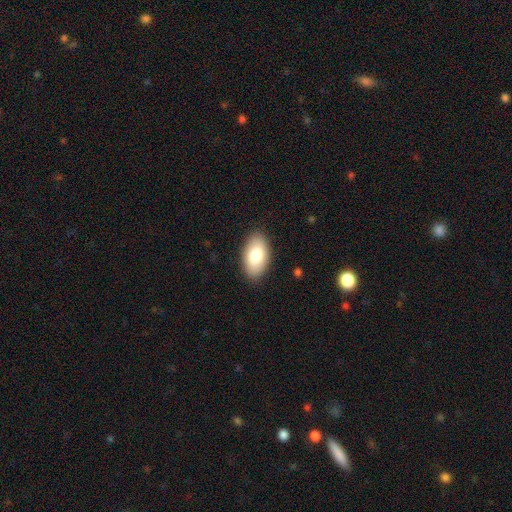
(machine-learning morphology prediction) Smooth or featured?
  - smooth: 81% *
  - featured or disk: 12%
  - star or artifact: 6%
How rounded?
  - in between: 95% *
  - round: 3%
  - cigar-shaped: 2%
Merging?
  - none: 87% *
  - minor disturbance: 9%
  - major disturbance: 2%
  - merger: 1%